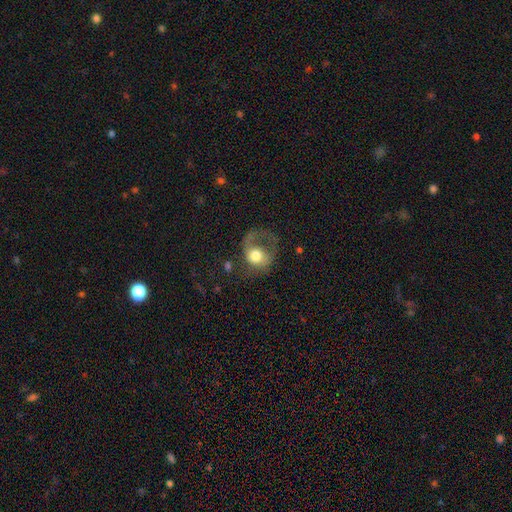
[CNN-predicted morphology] Smooth or featured?
  - smooth: 50% *
  - featured or disk: 41%
  - star or artifact: 9%
How rounded?
  - round: 61% *
  - in between: 38%
  - cigar-shaped: 1%
Merging?
  - major disturbance: 54% *
  - none: 24%
  - minor disturbance: 18%
  - merger: 3%